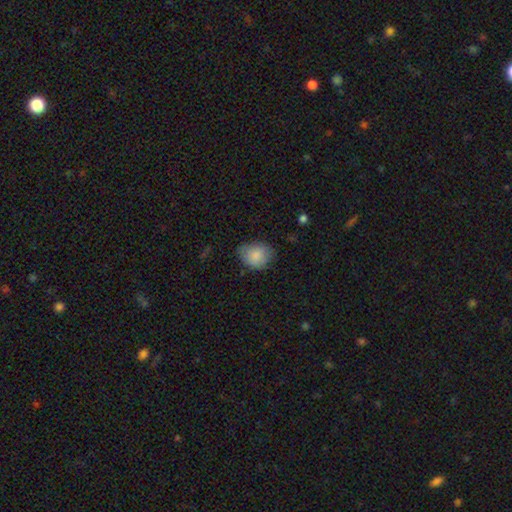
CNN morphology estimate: Smooth or featured? smooth (86%)
How rounded? in between (53%)
Merging? none (62%)